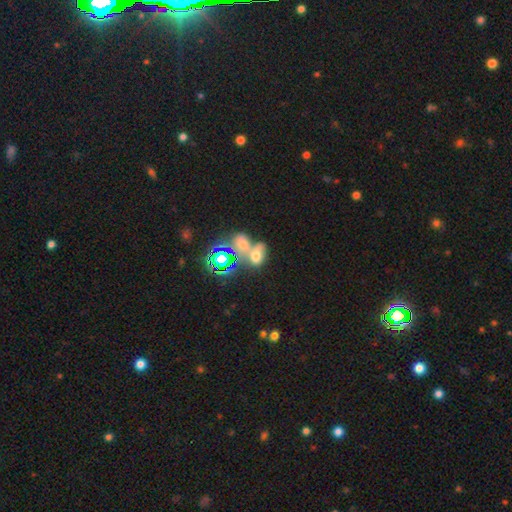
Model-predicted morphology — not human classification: Smooth or featured? smooth (52%)
How rounded? in between (74%)
Merging? merger (57%)